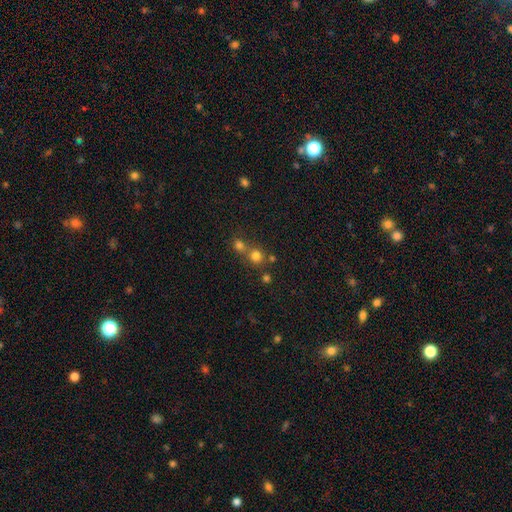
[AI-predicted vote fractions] smooth-or-featured: smooth: 75% | star or artifact: 17% | featured or disk: 8%
  how-rounded: round: 88% | in between: 11% | cigar-shaped: 1%
  merging: none: 51% | merger: 40% | minor disturbance: 6% | major disturbance: 3%